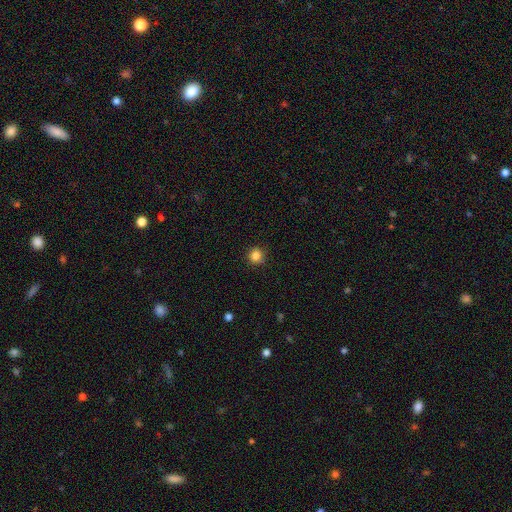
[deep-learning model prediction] Smooth or featured?
  - smooth: 85% *
  - star or artifact: 11%
  - featured or disk: 4%
How rounded?
  - round: 94% *
  - in between: 5%
  - cigar-shaped: 1%
Merging?
  - none: 90% *
  - minor disturbance: 7%
  - major disturbance: 2%
  - merger: 1%